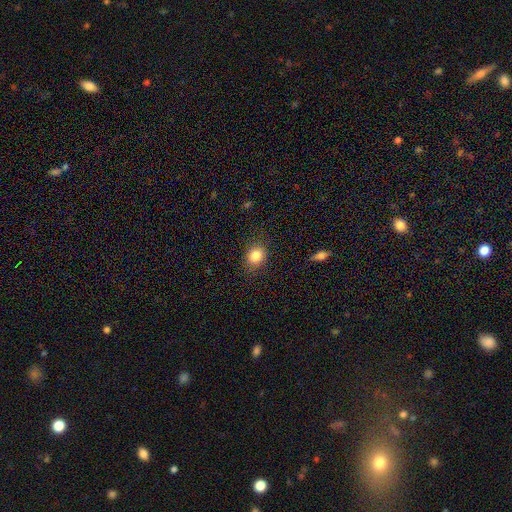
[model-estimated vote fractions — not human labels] Smooth or featured: smooth — 85% (star or artifact — 10%)
How rounded: round — 60% (in between — 39%)
Merging: none — 84% (minor disturbance — 11%)